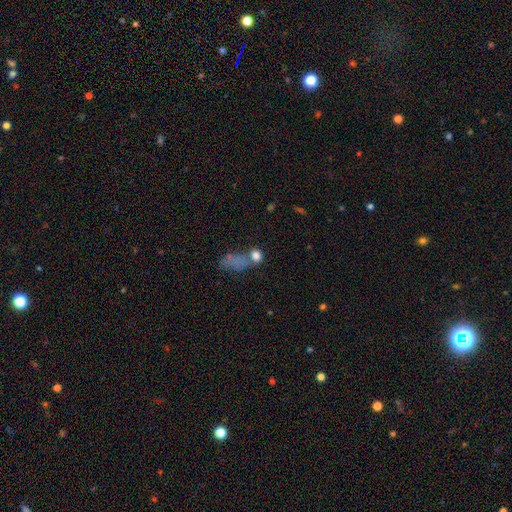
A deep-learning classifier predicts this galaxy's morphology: smooth_or_featured: smooth (p=0.73) [alt: star or artifact p=0.16]
how_rounded: in between (p=0.52) [alt: round p=0.43]
merging: none (p=0.39) [alt: merger p=0.30]